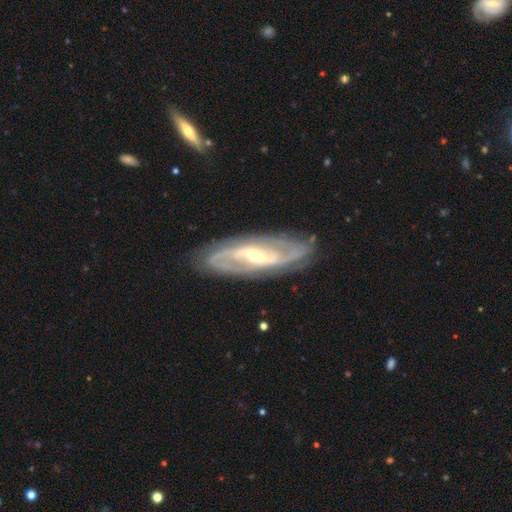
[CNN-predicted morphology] The model was most divided on "spiral winding": tight: 42%, medium: 41%, loose: 17%. Remaining: spiral arms — yes (96%); edge-on disk — no (89%); smooth or featured — featured or disk (89%); merging — none (83%); spiral arm count — 2 (70%); bulge size — small (50%); bar — strong (44%).